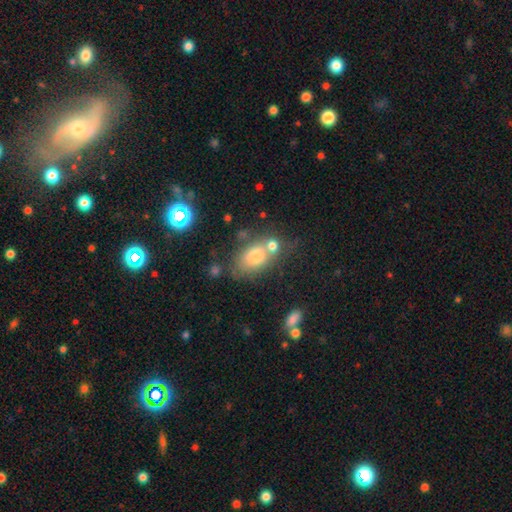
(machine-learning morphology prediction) A smooth galaxy with no disk features (73%) that is in between round and cigar-shaped (79%). Merging: none (47%).